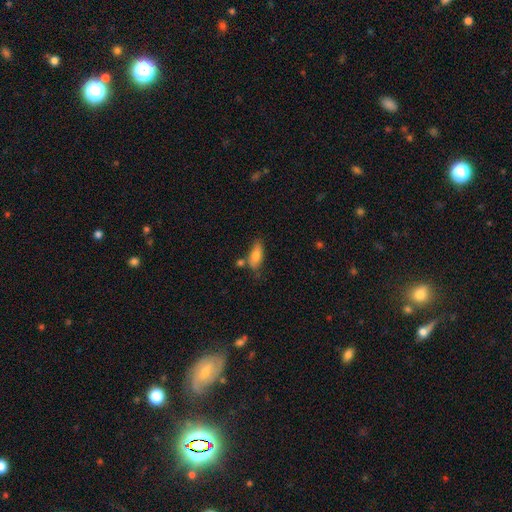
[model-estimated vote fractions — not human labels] Q: Smooth or featured?
A: smooth (75%); runner-up: featured or disk (18%)
Q: How rounded?
A: in between (77%); runner-up: cigar-shaped (20%)
Q: Merging?
A: none (62%); runner-up: minor disturbance (20%)